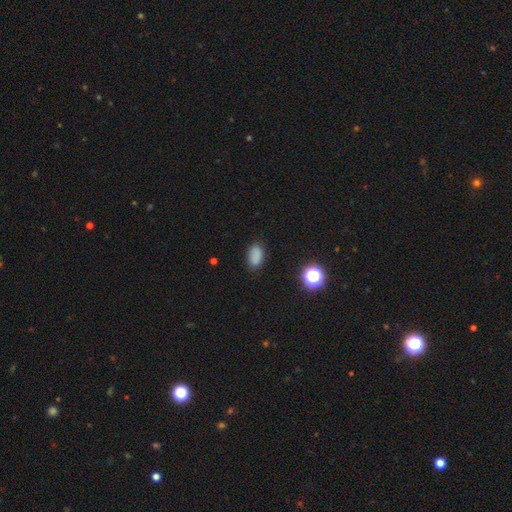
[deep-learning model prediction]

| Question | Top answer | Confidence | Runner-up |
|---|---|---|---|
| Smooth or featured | smooth | 80% | star or artifact (14%) |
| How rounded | in between | 88% | round (10%) |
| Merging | none | 80% | minor disturbance (15%) |